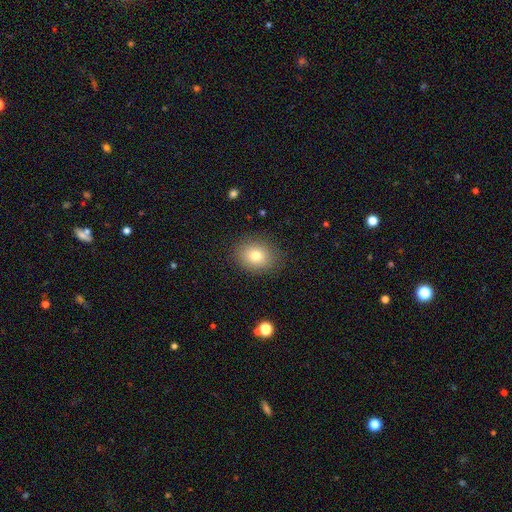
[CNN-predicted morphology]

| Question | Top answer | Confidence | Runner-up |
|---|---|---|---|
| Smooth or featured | smooth | 78% | star or artifact (11%) |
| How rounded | round | 55% | in between (44%) |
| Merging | none | 86% | minor disturbance (10%) |